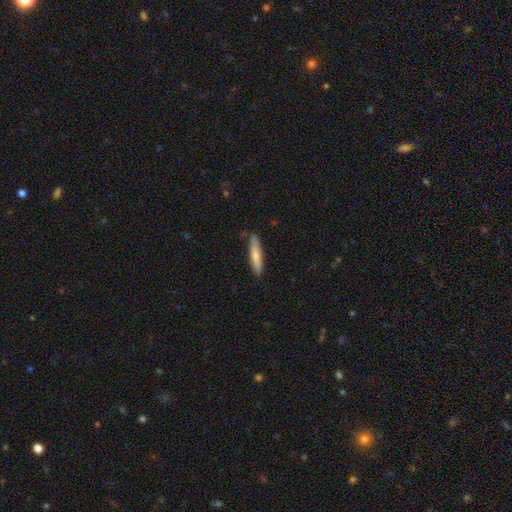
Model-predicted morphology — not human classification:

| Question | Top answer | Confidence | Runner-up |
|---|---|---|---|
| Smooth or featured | smooth | 77% | featured or disk (17%) |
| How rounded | cigar-shaped | 84% | in between (14%) |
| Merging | none | 82% | minor disturbance (14%) |